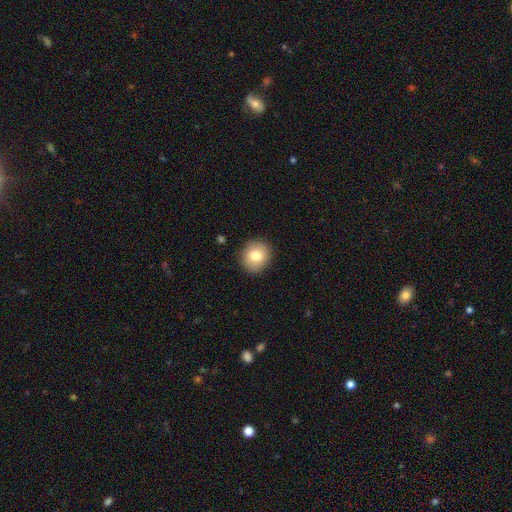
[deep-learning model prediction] This is likely a smooth galaxy (80%). How rounded: clearly round (83%). Merging: clearly none (89%).